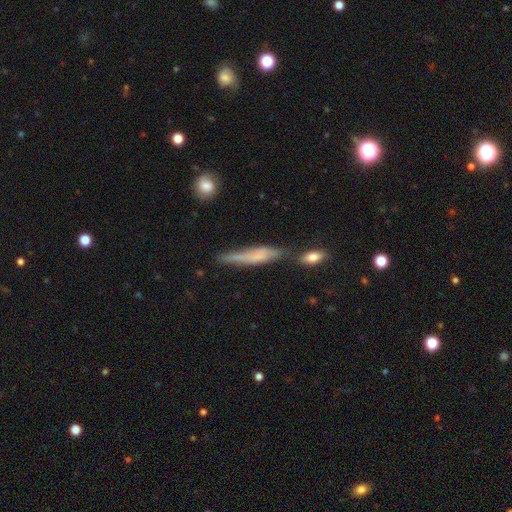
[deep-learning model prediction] This is possibly a smooth galaxy (50%). How rounded: clearly cigar-shaped (86%). Merging: possibly none (47%).